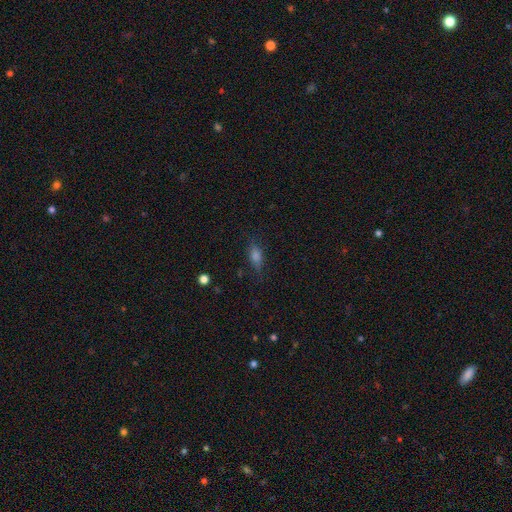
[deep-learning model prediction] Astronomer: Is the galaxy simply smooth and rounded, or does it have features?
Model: smooth — 66%.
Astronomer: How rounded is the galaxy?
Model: in between — 70%.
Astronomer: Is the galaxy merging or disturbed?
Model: none — 73%.